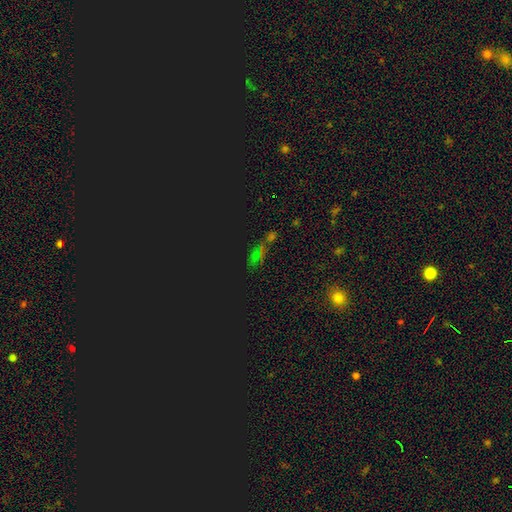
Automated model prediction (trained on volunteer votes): smooth_or_featured: star or artifact (p=0.74) [alt: smooth p=0.18]